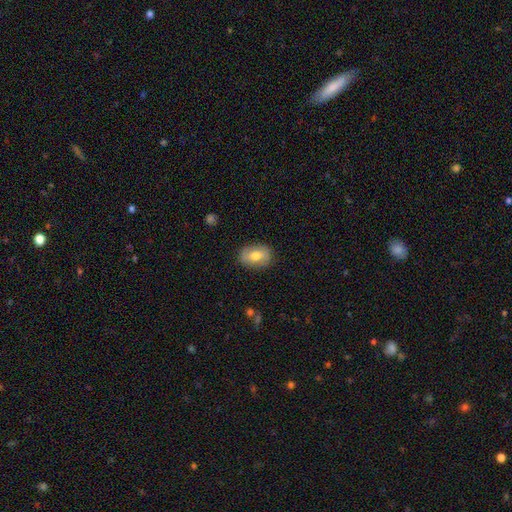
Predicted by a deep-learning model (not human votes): This is likely a smooth galaxy (65%). How rounded: likely in between (76%). Merging: clearly none (85%).